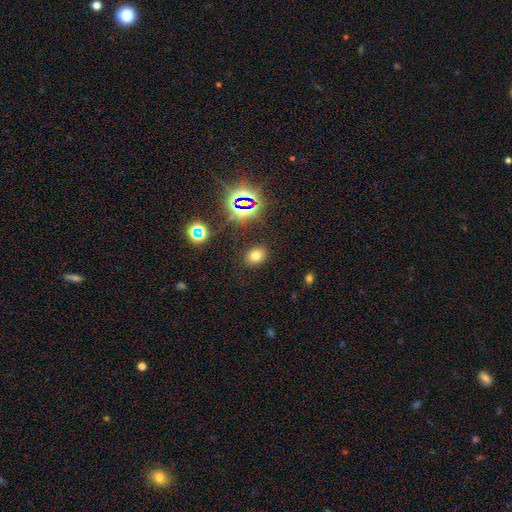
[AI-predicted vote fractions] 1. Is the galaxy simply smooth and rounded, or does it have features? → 69% smooth, 22% star or artifact, 9% featured or disk.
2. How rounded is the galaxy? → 66% in between, 33% round, 1% cigar-shaped.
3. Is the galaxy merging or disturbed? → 87% none, 8% minor disturbance, 3% major disturbance, 2% merger.